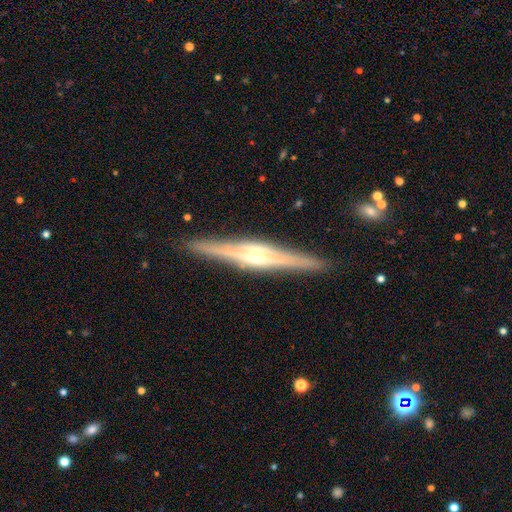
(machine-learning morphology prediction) Q: Smooth or featured?
A: featured or disk (86%); runner-up: smooth (9%)
Q: Edge-on disk?
A: yes (98%); runner-up: no (2%)
Q: Edge-on bulge?
A: rounded (66%); runner-up: boxy (27%)
Q: Merging?
A: none (91%); runner-up: minor disturbance (6%)